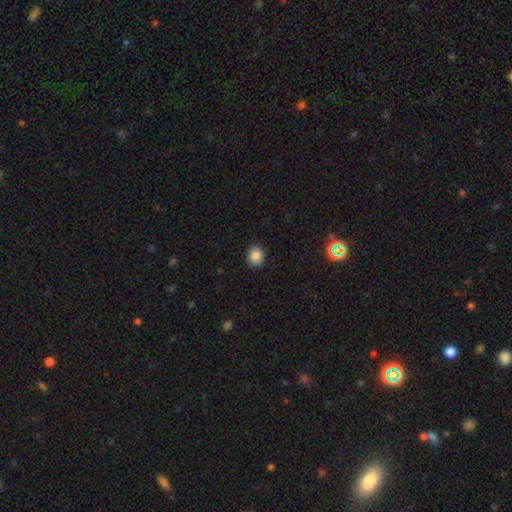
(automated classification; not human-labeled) Smooth or featured? smooth (87%)
How rounded? round (66%)
Merging? none (91%)